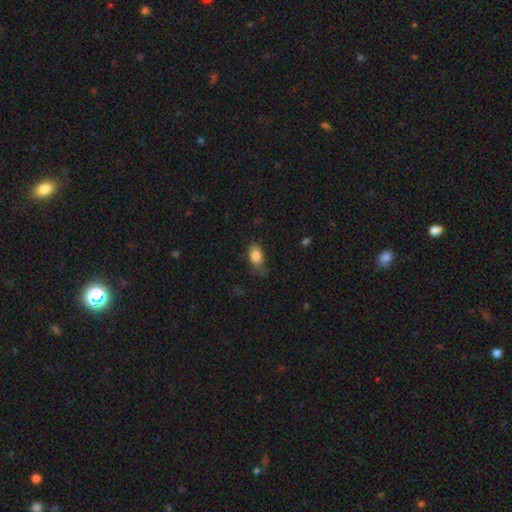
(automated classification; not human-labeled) Q: Smooth or featured?
A: smooth (85%); runner-up: star or artifact (8%)
Q: How rounded?
A: in between (88%); runner-up: round (8%)
Q: Merging?
A: none (57%); runner-up: minor disturbance (31%)